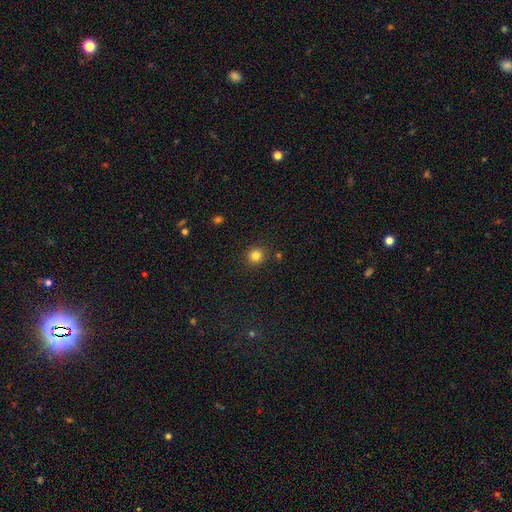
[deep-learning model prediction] Morphology: type=smooth (83%); roundness=round (92%); merging=none (89%).